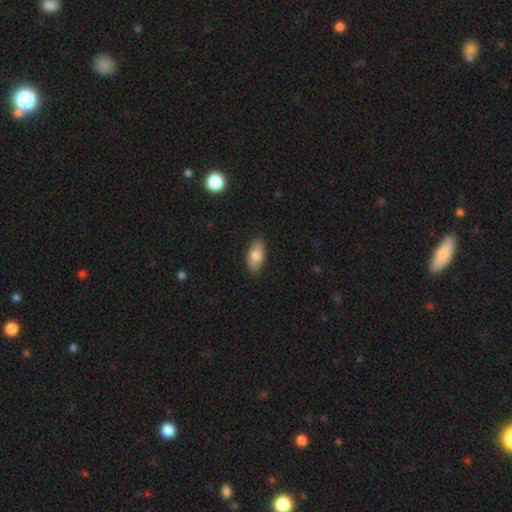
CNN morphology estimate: Smooth or featured: smooth — 75% (featured or disk — 18%)
How rounded: in between — 92% (cigar-shaped — 4%)
Merging: none — 85% (minor disturbance — 12%)